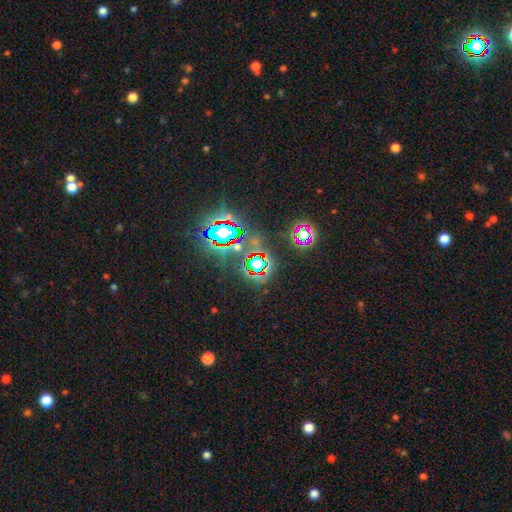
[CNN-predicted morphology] Smooth or featured: star or artifact — 80% (smooth — 13%)